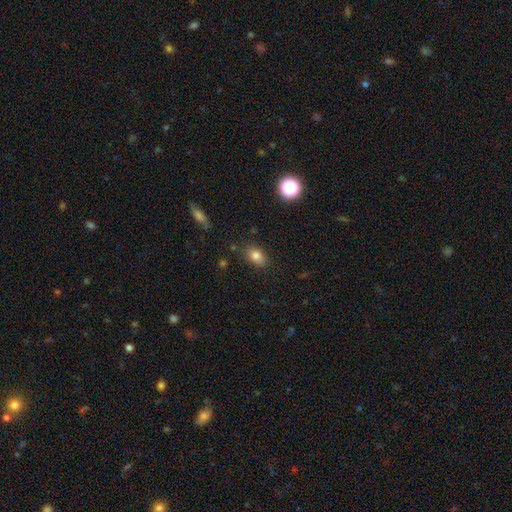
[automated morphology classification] This is likely a smooth galaxy (80%). How rounded: likely in between (76%). Merging: likely none (79%).